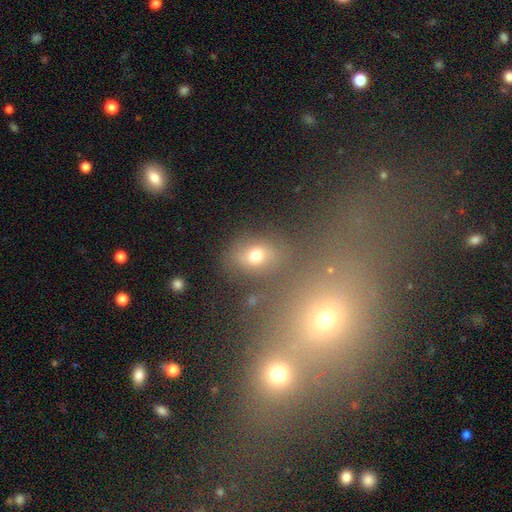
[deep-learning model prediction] This appears to be a smooth galaxy with no disk features (67%) that is in between round and cigar-shaped (55%). Merging: none (65%).